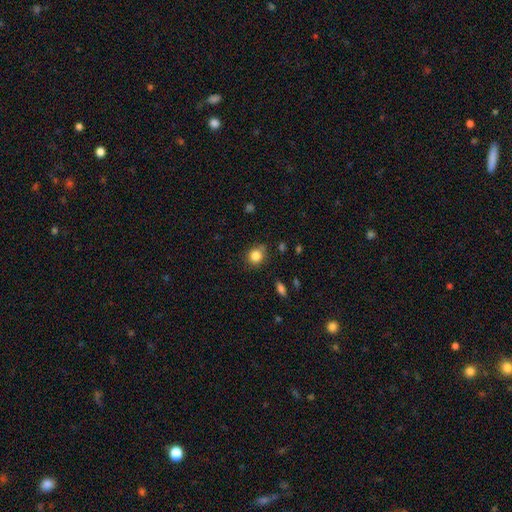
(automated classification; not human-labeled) Smooth or featured: smooth — 84% (star or artifact — 11%)
How rounded: round — 81% (in between — 18%)
Merging: none — 76% (minor disturbance — 16%)